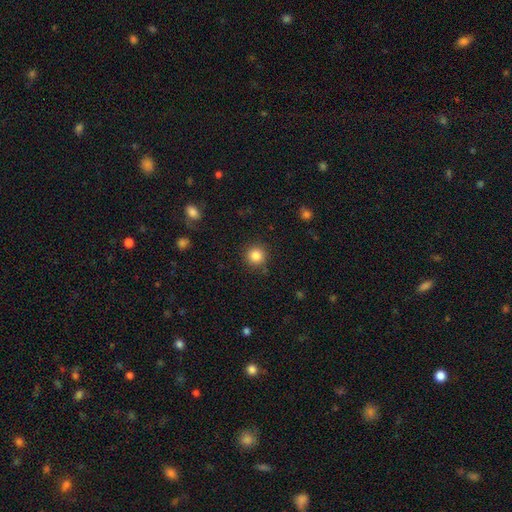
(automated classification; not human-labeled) Smooth or featured?
  - smooth: 84% *
  - star or artifact: 11%
  - featured or disk: 5%
How rounded?
  - round: 94% *
  - in between: 5%
  - cigar-shaped: 1%
Merging?
  - none: 88% *
  - minor disturbance: 8%
  - major disturbance: 3%
  - merger: 2%